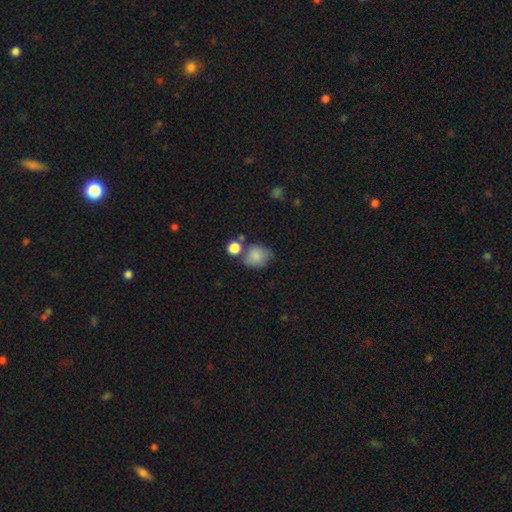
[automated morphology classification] Q: Smooth or featured?
A: smooth (81%); runner-up: star or artifact (10%)
Q: How rounded?
A: round (65%); runner-up: in between (34%)
Q: Merging?
A: none (53%); runner-up: minor disturbance (20%)